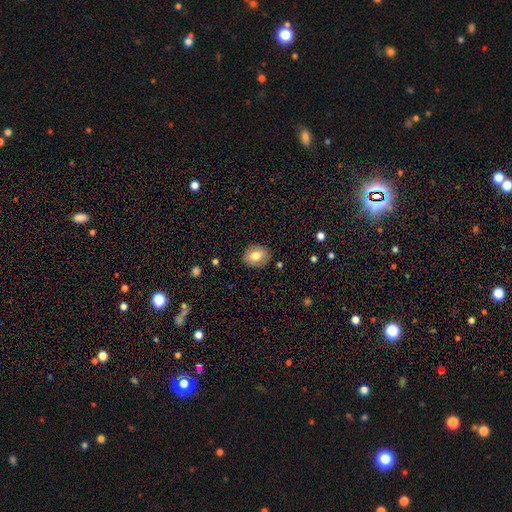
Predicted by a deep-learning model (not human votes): A smooth galaxy with no disk features (75%) that is in between round and cigar-shaped (51%).

Vote fractions:
- Smooth or featured? smooth: 75% / featured or disk: 17% / star or artifact: 8%
- How rounded? in between: 51% / round: 48% / cigar-shaped: 1%
- Merging? none: 85% / minor disturbance: 11% / major disturbance: 3% / merger: 1%